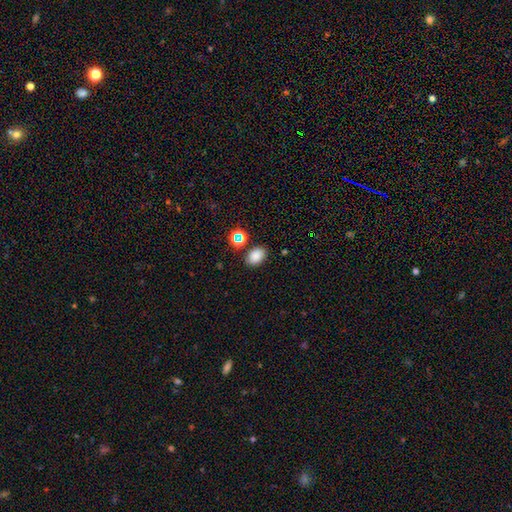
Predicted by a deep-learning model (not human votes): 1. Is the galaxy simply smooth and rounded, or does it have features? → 81% smooth, 13% star or artifact, 5% featured or disk.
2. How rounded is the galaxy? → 80% in between, 19% round, 1% cigar-shaped.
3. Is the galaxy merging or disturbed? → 82% none, 11% minor disturbance, 5% merger, 3% major disturbance.